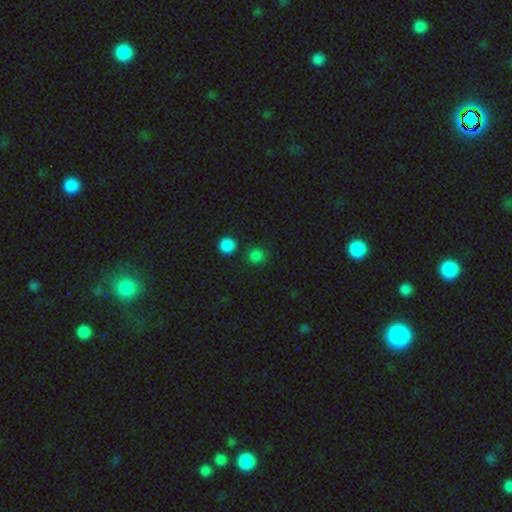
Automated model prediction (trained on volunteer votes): This appears to be a smooth galaxy with no disk features (79%) that is round (90%). Merging: none (83%).